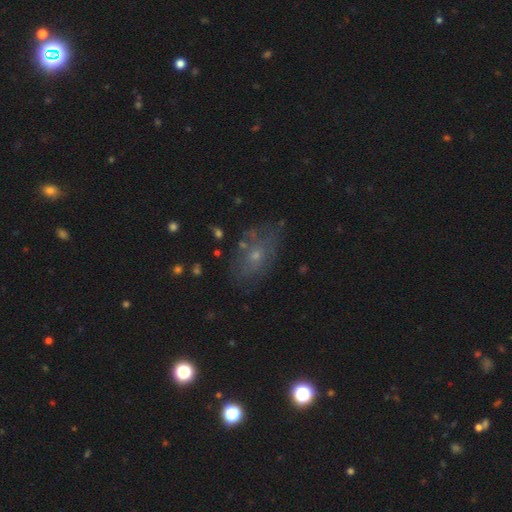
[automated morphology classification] Overall: smooth (43%; featured or disk 41%). Merging: none (65%).